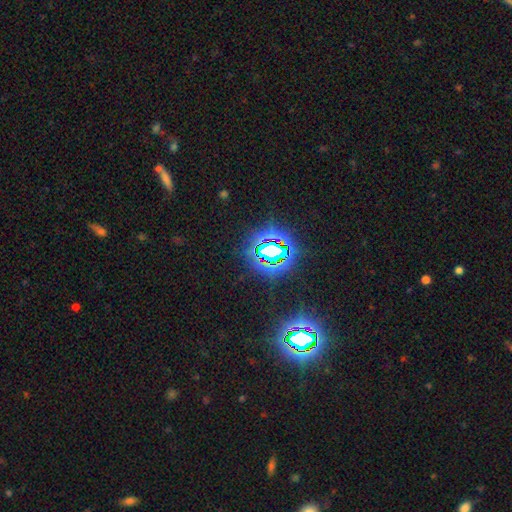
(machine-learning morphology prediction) A star or artifact, not a galaxy (81%).

Vote fractions:
- Smooth or featured? star or artifact: 81% / smooth: 12% / featured or disk: 7%